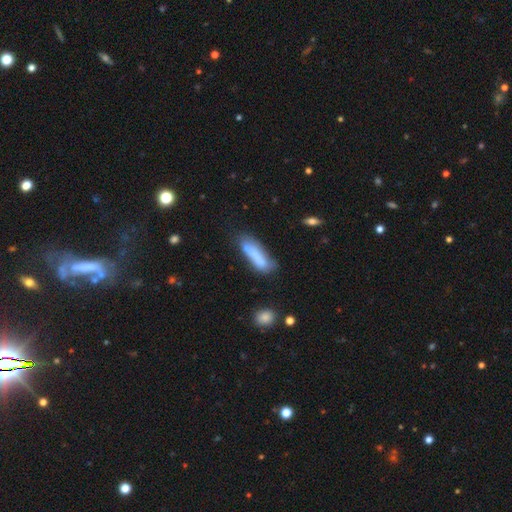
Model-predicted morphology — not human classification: Smooth or featured? Predicted: smooth (p=0.68). How rounded? Predicted: cigar-shaped (p=0.59). Merging? Predicted: none (p=0.42).